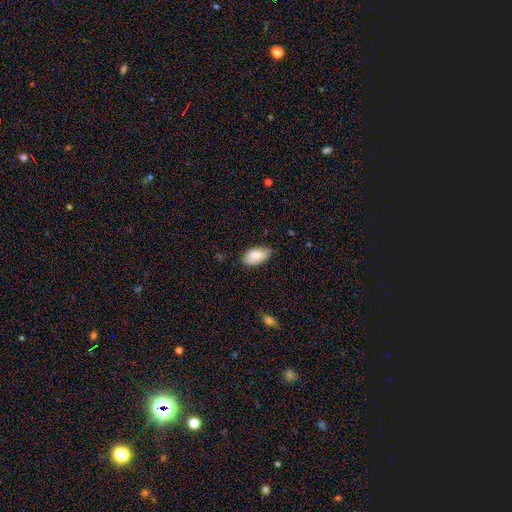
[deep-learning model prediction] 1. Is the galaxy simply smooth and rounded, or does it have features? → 87% smooth, 7% featured or disk, 6% star or artifact.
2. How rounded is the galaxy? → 95% in between, 3% round, 2% cigar-shaped.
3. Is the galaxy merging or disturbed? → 74% none, 21% minor disturbance, 3% major disturbance, 1% merger.